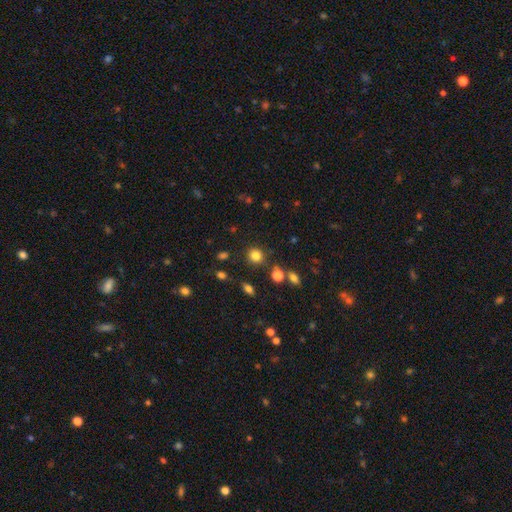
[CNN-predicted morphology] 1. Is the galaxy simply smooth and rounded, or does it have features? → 81% smooth, 13% star or artifact, 6% featured or disk.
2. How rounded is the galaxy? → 87% round, 12% in between, 1% cigar-shaped.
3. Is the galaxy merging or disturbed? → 82% none, 9% minor disturbance, 5% merger, 4% major disturbance.